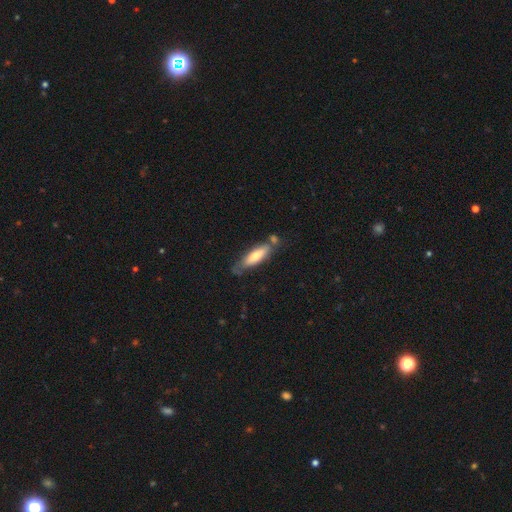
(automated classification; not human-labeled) Smooth or featured? Predicted: smooth (p=0.64). How rounded? Predicted: cigar-shaped (p=0.58). Merging? Predicted: none (p=0.55).